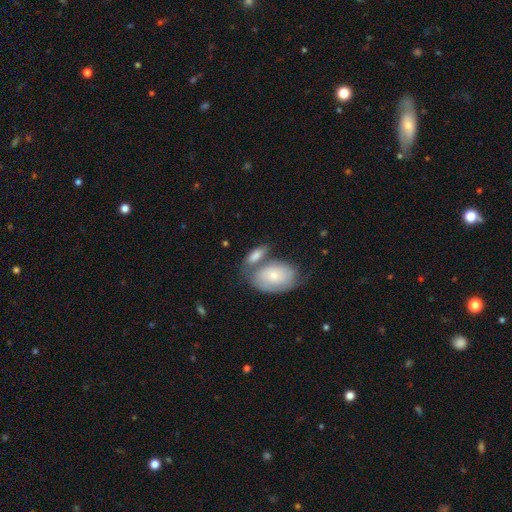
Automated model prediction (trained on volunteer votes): Overall: smooth (68%). How rounded: in between (86%). Merging: merger (41%; none 39%).